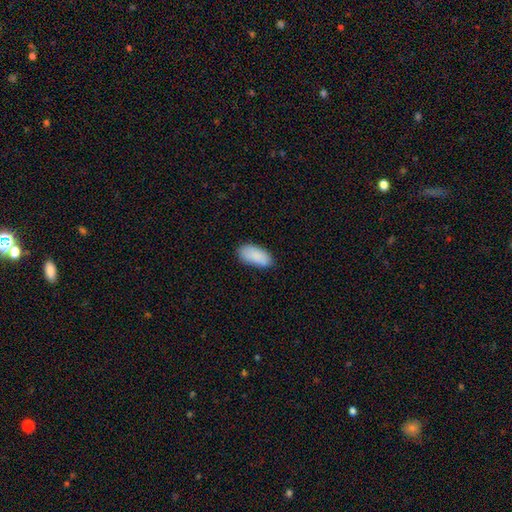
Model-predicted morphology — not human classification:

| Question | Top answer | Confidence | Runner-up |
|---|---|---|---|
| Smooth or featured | smooth | 88% | star or artifact (6%) |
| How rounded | in between | 92% | cigar-shaped (6%) |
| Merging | none | 80% | minor disturbance (16%) |